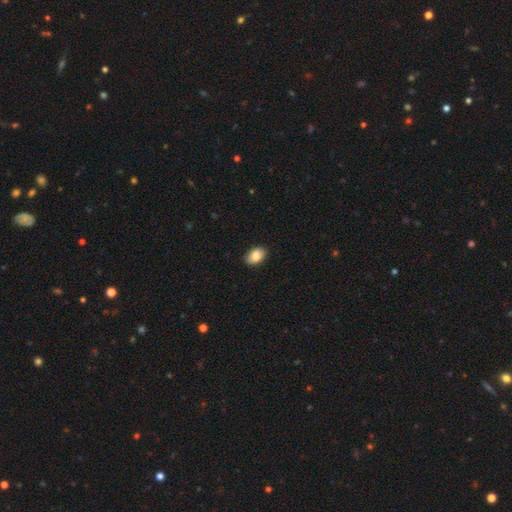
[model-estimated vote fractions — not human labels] Q: Smooth or featured?
A: smooth (86%); runner-up: featured or disk (7%)
Q: How rounded?
A: in between (89%); runner-up: round (10%)
Q: Merging?
A: none (88%); runner-up: minor disturbance (10%)